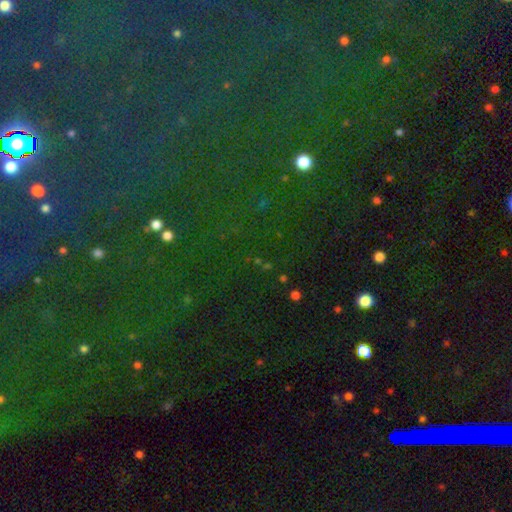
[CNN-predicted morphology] Q: Smooth or featured?
A: star or artifact (82%); runner-up: smooth (11%)